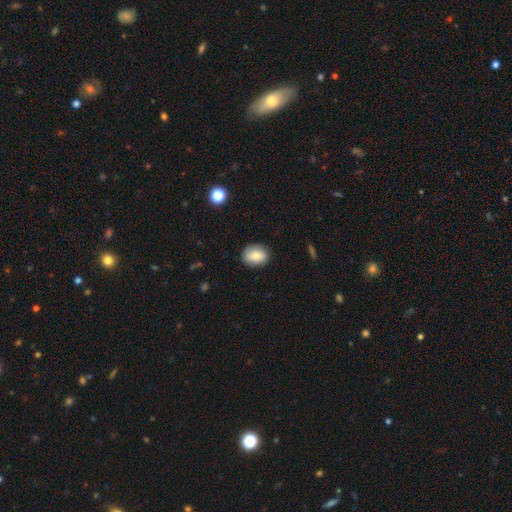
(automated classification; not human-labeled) Smooth or featured: smooth — 80% (featured or disk — 12%)
How rounded: in between — 62% (round — 37%)
Merging: none — 85% (minor disturbance — 11%)